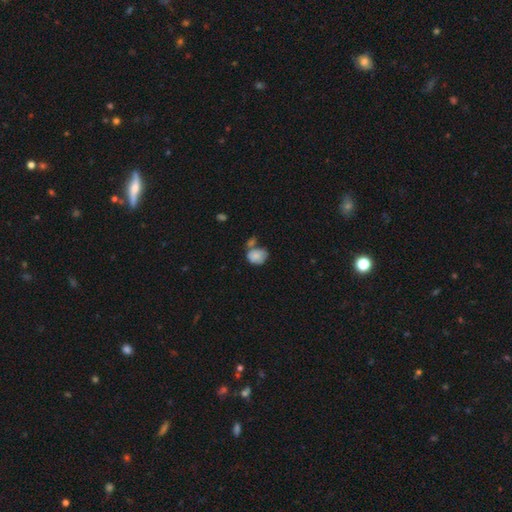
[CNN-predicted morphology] This is likely a smooth galaxy (73%). How rounded: possibly round (56%). Merging: marginally none (35%).